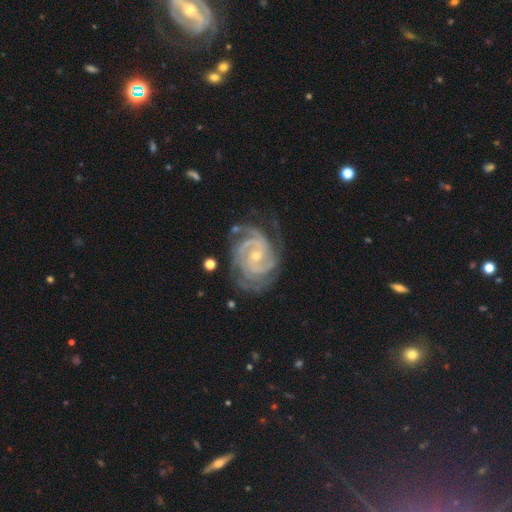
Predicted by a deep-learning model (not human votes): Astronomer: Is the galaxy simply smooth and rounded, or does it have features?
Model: featured or disk — 92%.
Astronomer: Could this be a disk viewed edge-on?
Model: no — 98%.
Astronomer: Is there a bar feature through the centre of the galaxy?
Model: no — 62%.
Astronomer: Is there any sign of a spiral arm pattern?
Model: yes — 99%.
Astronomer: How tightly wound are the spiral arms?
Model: tight — 69%.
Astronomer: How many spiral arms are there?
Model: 3 — 33% (runner-up: 2, 27%).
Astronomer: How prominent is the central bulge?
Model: small — 69%.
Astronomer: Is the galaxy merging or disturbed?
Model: none — 70%.